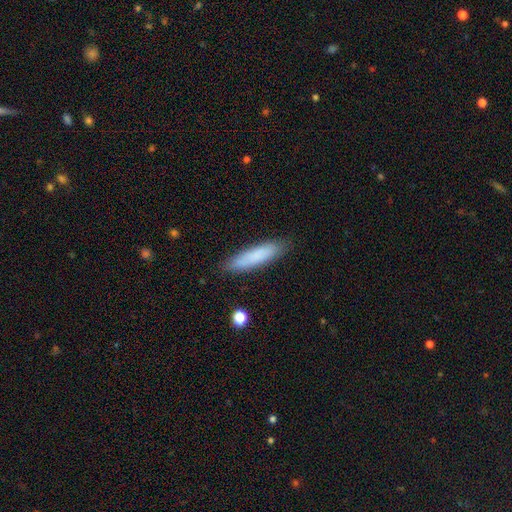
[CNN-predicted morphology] Smooth or featured? smooth (81%)
How rounded? cigar-shaped (80%)
Merging? none (87%)